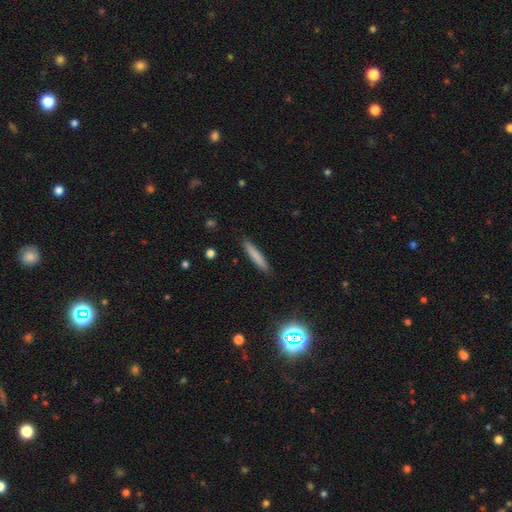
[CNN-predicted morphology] Q: Smooth or featured?
A: smooth (79%); runner-up: featured or disk (14%)
Q: How rounded?
A: cigar-shaped (91%); runner-up: in between (8%)
Q: Merging?
A: none (90%); runner-up: minor disturbance (7%)